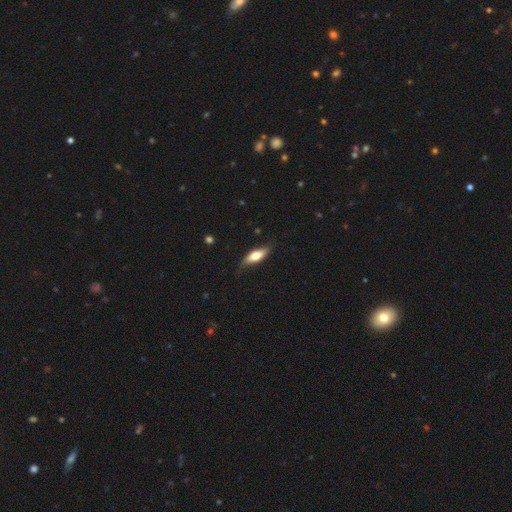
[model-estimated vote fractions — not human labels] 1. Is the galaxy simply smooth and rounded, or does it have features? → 62% smooth, 32% featured or disk, 6% star or artifact.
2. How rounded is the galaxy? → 60% in between, 37% cigar-shaped, 3% round.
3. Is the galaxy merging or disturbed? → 75% none, 20% minor disturbance, 4% major disturbance, 1% merger.